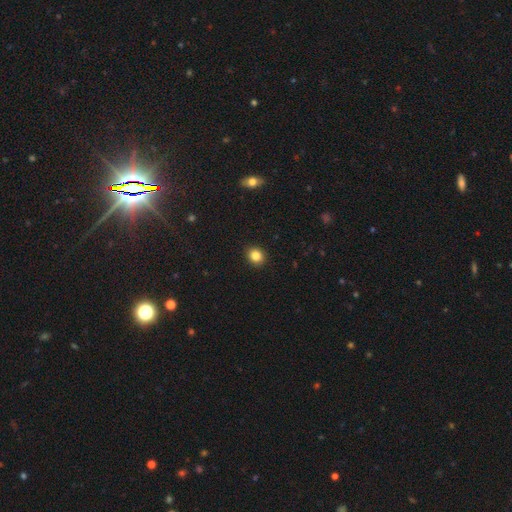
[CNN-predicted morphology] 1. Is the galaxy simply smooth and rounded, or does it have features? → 84% smooth, 11% star or artifact, 5% featured or disk.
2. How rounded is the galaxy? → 71% round, 28% in between, 1% cigar-shaped.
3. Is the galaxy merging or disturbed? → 92% none, 6% minor disturbance, 2% major disturbance, 1% merger.